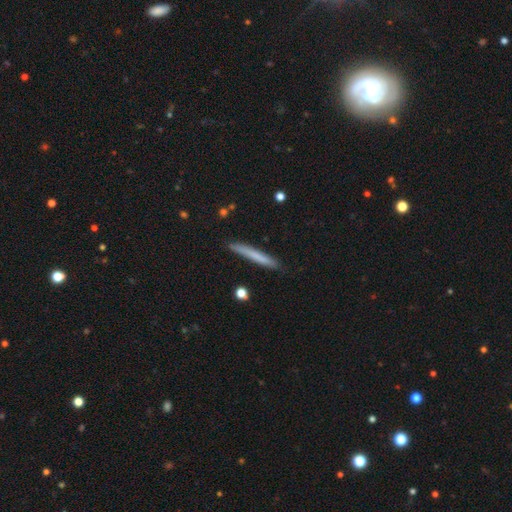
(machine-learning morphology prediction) The model was most divided on "smooth or featured": smooth: 69%, featured or disk: 24%, star or artifact: 6%. More confident: how rounded — cigar-shaped (97%); merging — none (88%).